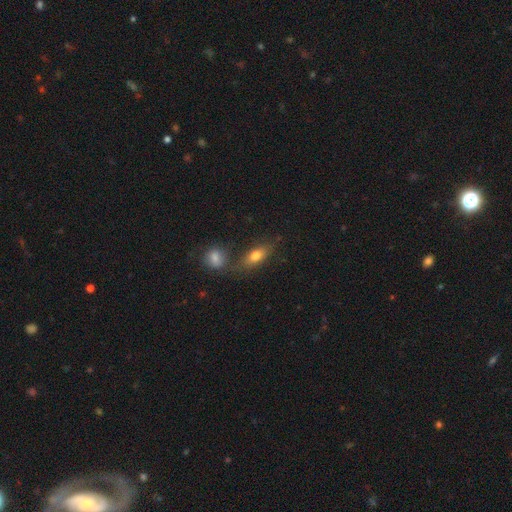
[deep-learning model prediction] A smooth galaxy with no disk features (74%) that is in between round and cigar-shaped (75%).

Vote fractions:
- Smooth or featured? smooth: 74% / featured or disk: 17% / star or artifact: 9%
- How rounded? in between: 75% / cigar-shaped: 18% / round: 7%
- Merging? none: 60% / merger: 22% / minor disturbance: 13% / major disturbance: 5%